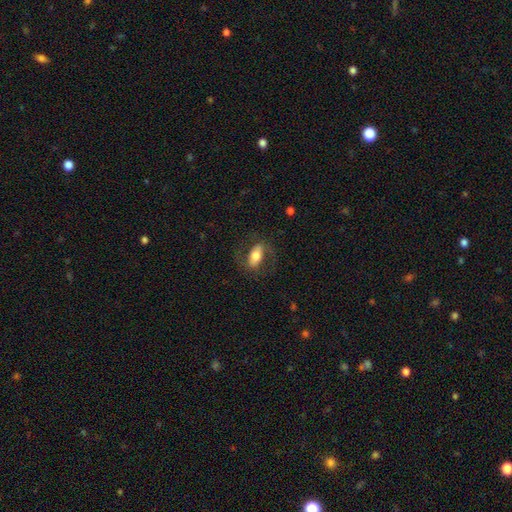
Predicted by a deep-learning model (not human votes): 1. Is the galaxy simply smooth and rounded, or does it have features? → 55% smooth, 38% featured or disk, 7% star or artifact.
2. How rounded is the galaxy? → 85% in between, 8% cigar-shaped, 6% round.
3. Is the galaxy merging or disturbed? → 72% none, 15% minor disturbance, 12% major disturbance, 1% merger.